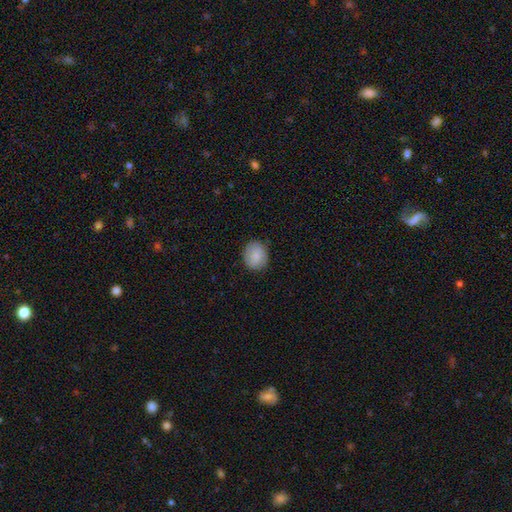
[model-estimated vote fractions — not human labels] Smooth or featured?
  - smooth: 83% *
  - featured or disk: 10%
  - star or artifact: 7%
How rounded?
  - round: 72% *
  - in between: 27%
  - cigar-shaped: 1%
Merging?
  - none: 86% *
  - minor disturbance: 11%
  - major disturbance: 2%
  - merger: 1%